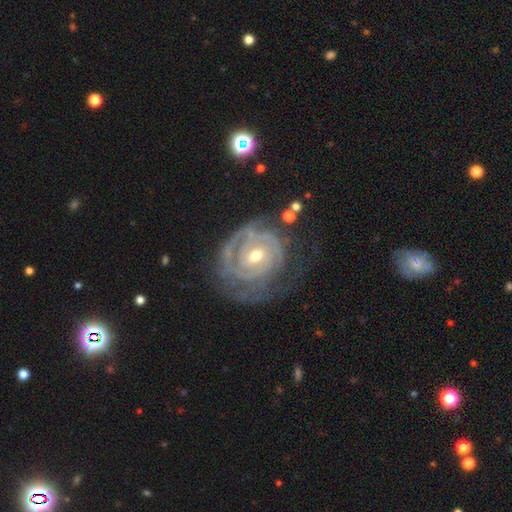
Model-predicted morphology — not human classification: smooth_or_featured: featured or disk (p=0.88) [alt: smooth p=0.06]
disk_edge_on: no (p=0.97) [alt: yes p=0.03]
bar: no (p=0.47) [alt: weak p=0.39]
has_spiral_arms: yes (p=0.94) [alt: no p=0.06]
spiral_winding: tight (p=0.79) [alt: medium p=0.17]
spiral_arm_count: can't tell (p=0.33) [alt: 2 p=0.31]
bulge_size: moderate (p=0.54) [alt: small p=0.42]
merging: none (p=0.61) [alt: minor disturbance p=0.21]